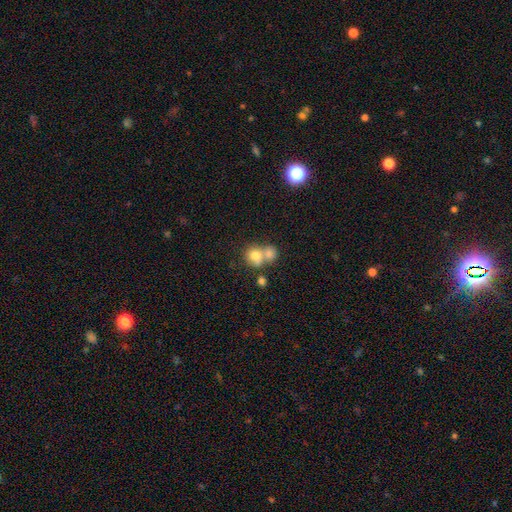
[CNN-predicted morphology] A smooth galaxy with no disk features (75%) that is round (76%).

Vote fractions:
- Smooth or featured? smooth: 75% / featured or disk: 15% / star or artifact: 11%
- How rounded? round: 76% / in between: 23% / cigar-shaped: 1%
- Merging? merger: 56% / none: 32% / minor disturbance: 8% / major disturbance: 4%